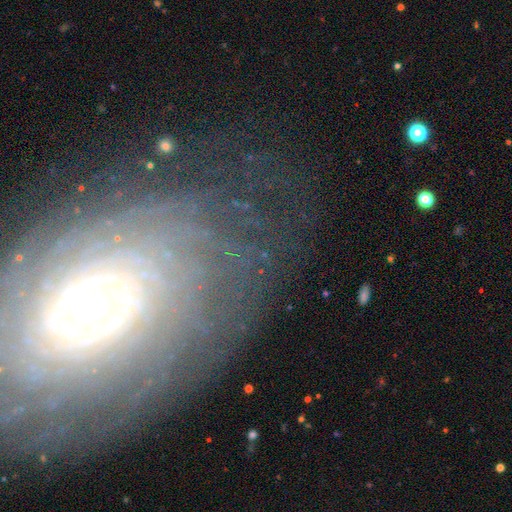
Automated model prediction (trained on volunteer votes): Q: Smooth or featured?
A: featured or disk (81%); runner-up: star or artifact (10%)
Q: Edge-on disk?
A: no (95%); runner-up: yes (5%)
Q: Bar?
A: no (48%); runner-up: weak (33%)
Q: Spiral arms?
A: yes (92%); runner-up: no (8%)
Q: Spiral winding?
A: tight (84%); runner-up: medium (12%)
Q: Spiral arm count?
A: can't tell (39%); runner-up: more than 4 (24%)
Q: Bulge size?
A: small (57%); runner-up: moderate (34%)
Q: Merging?
A: none (76%); runner-up: minor disturbance (13%)